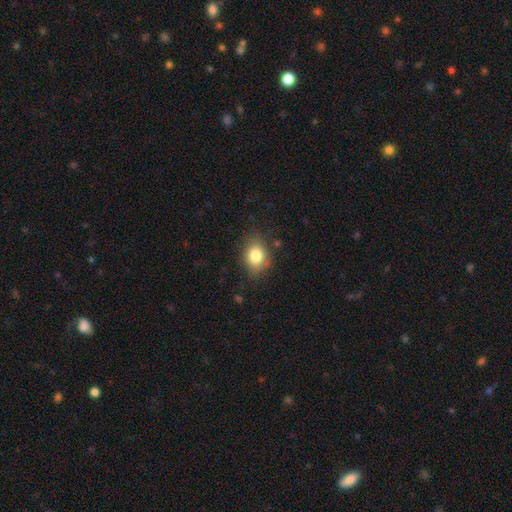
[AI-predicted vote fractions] The model was most divided on "how rounded": in between: 56%, round: 42%, cigar-shaped: 1%. More confident: smooth or featured — smooth (80%); merging — none (78%).